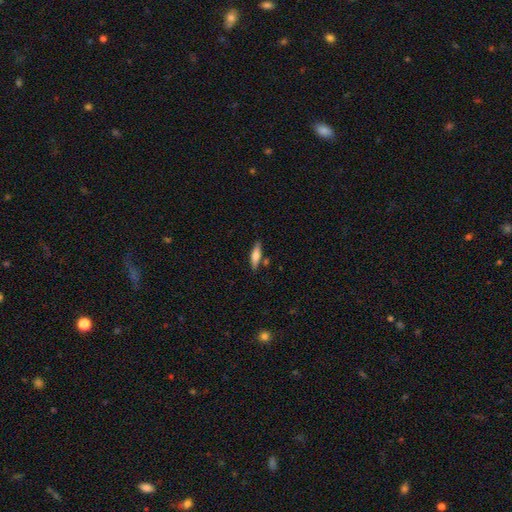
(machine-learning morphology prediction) This is likely a smooth galaxy (64%). How rounded: likely cigar-shaped (61%). Merging: likely none (79%).